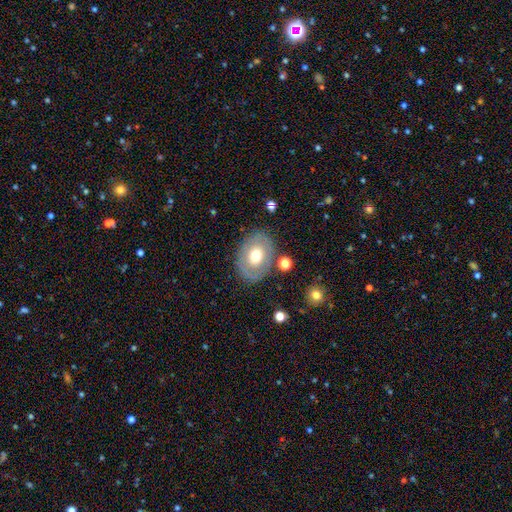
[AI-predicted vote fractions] Morphology: type=smooth (51%); roundness=in between (67%); merging=none (79%).